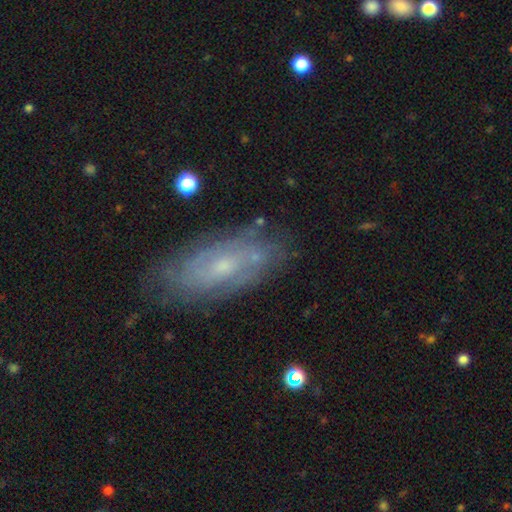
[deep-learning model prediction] This appears to be a featured or disk galaxy (66%) with no bar (65%), spiral arms (78%) and a small central bulge (58%). Merging: none (71%).